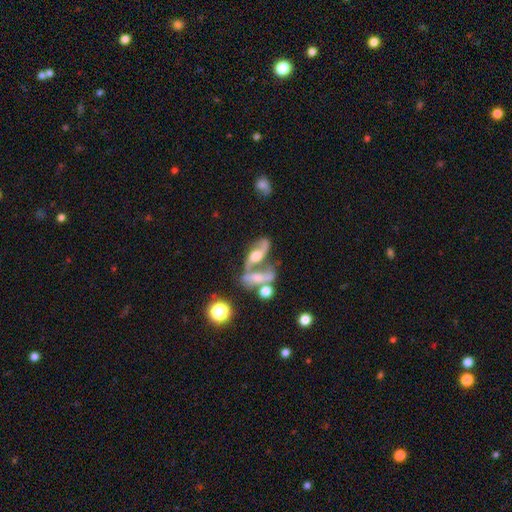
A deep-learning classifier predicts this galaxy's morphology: Smooth or featured?
  - featured or disk: 72% *
  - smooth: 18%
  - star or artifact: 10%
Edge-on disk?
  - no: 84% *
  - yes: 16%
Bar?
  - no: 56% *
  - weak: 27%
  - strong: 17%
Spiral arms?
  - yes: 81% *
  - no: 19%
Bulge size?
  - moderate: 50% *
  - large: 22%
  - small: 16%
  - none: 8%
  - dominant: 3%
Merging?
  - merger: 45% *
  - none: 31%
  - major disturbance: 13%
  - minor disturbance: 12%